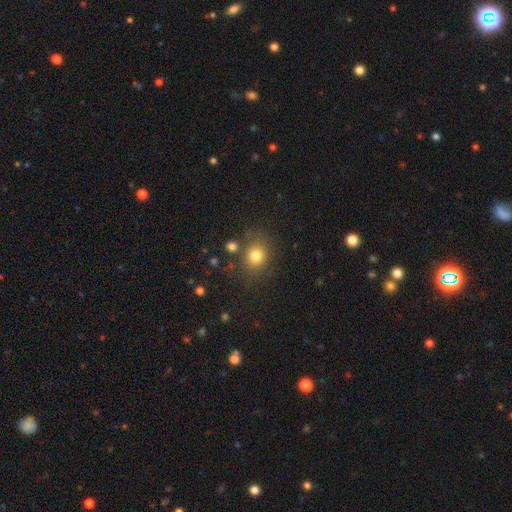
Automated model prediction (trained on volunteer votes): A smooth galaxy with no disk features (80%) that is round (74%).

Vote fractions:
- Smooth or featured? smooth: 80% / star or artifact: 13% / featured or disk: 7%
- How rounded? round: 74% / in between: 25% / cigar-shaped: 1%
- Merging? none: 77% / minor disturbance: 12% / merger: 6% / major disturbance: 5%